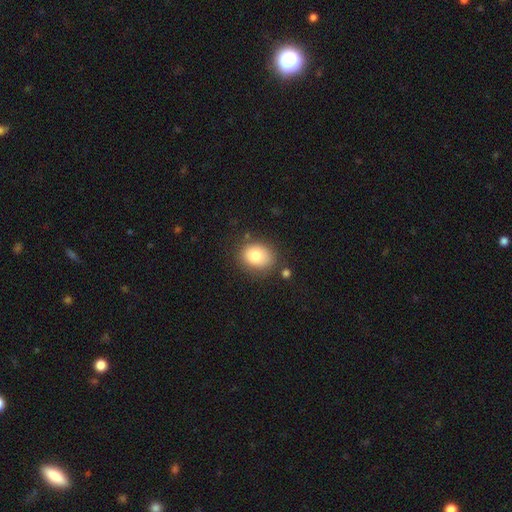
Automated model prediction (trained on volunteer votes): Q: Smooth or featured?
A: smooth (81%); runner-up: featured or disk (10%)
Q: How rounded?
A: round (50%); runner-up: in between (49%)
Q: Merging?
A: none (77%); runner-up: minor disturbance (15%)